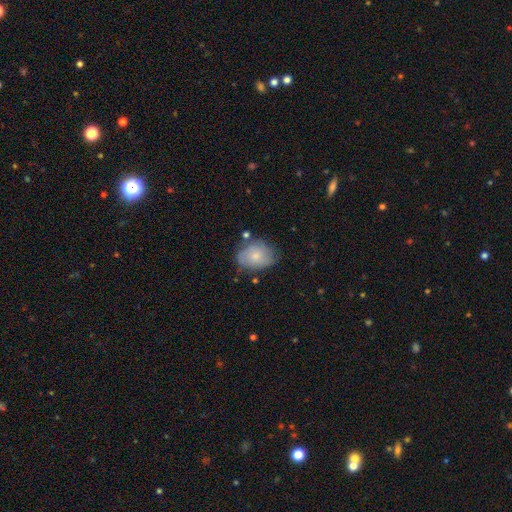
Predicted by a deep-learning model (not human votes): Overall: smooth (58%; featured or disk 34%). How rounded: in between (65%; round 34%). Merging: none (62%; minor disturbance 25%).